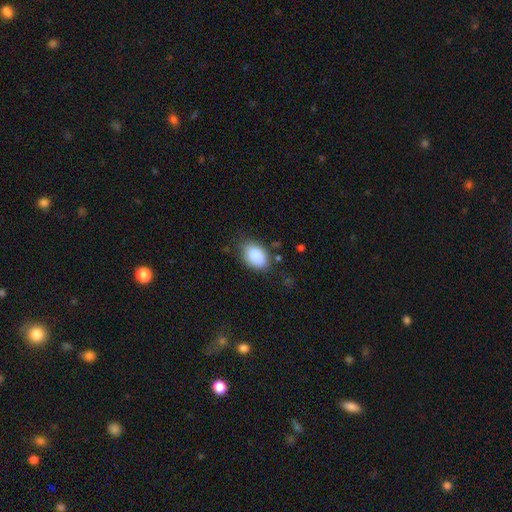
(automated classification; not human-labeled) Q: Smooth or featured?
A: smooth (88%); runner-up: star or artifact (7%)
Q: How rounded?
A: in between (88%); runner-up: round (10%)
Q: Merging?
A: none (76%); runner-up: minor disturbance (17%)